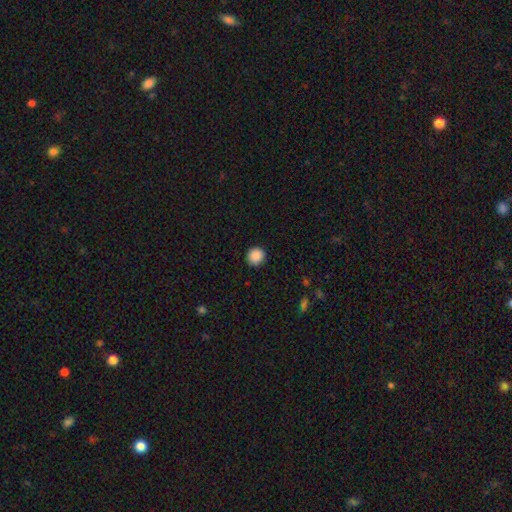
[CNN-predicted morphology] A smooth galaxy with no disk features (89%) that is round (90%).

Vote fractions:
- Smooth or featured? smooth: 89% / star or artifact: 9% / featured or disk: 2%
- How rounded? round: 90% / in between: 9% / cigar-shaped: 1%
- Merging? none: 91% / minor disturbance: 7% / major disturbance: 2% / merger: 1%